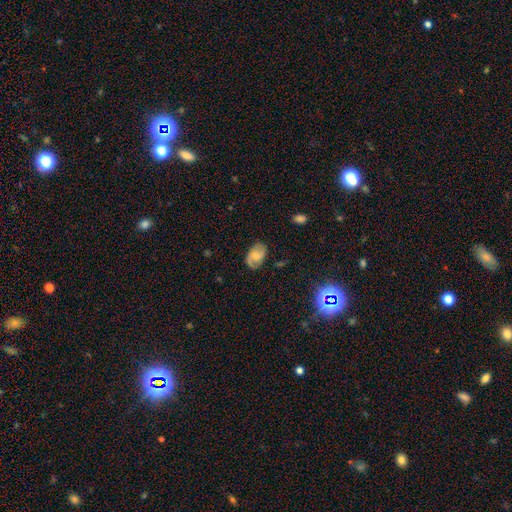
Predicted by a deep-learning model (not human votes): smooth_or_featured: featured or disk (p=0.52) [alt: smooth p=0.39]
disk_edge_on: no (p=0.96) [alt: yes p=0.04]
bar: no (p=0.51) [alt: weak p=0.40]
has_spiral_arms: yes (p=0.86) [alt: no p=0.14]
bulge_size: small (p=0.47) [alt: moderate p=0.38]
merging: none (p=0.76) [alt: minor disturbance p=0.18]